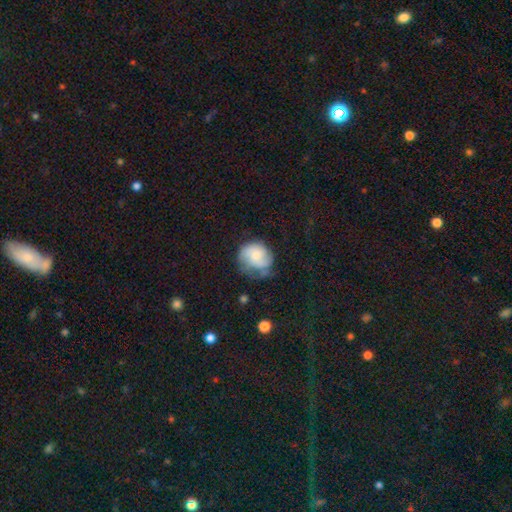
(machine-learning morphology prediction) Q: Smooth or featured?
A: smooth (49%); runner-up: featured or disk (43%)
Q: Merging?
A: none (40%); runner-up: minor disturbance (33%)